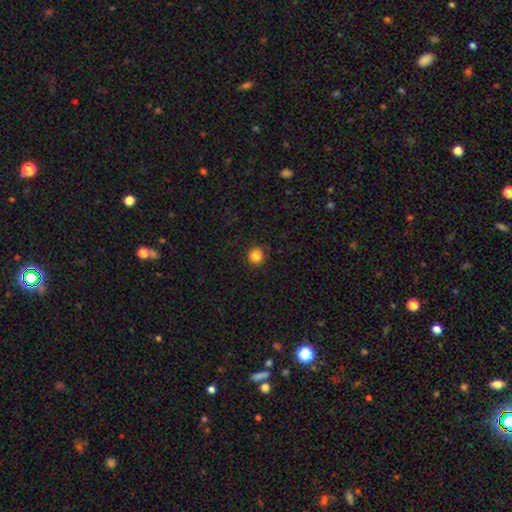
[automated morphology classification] A smooth galaxy with no disk features (85%) that is round (94%).

Vote fractions:
- Smooth or featured? smooth: 85% / star or artifact: 11% / featured or disk: 4%
- How rounded? round: 94% / in between: 5% / cigar-shaped: 1%
- Merging? none: 91% / minor disturbance: 6% / major disturbance: 2% / merger: 1%